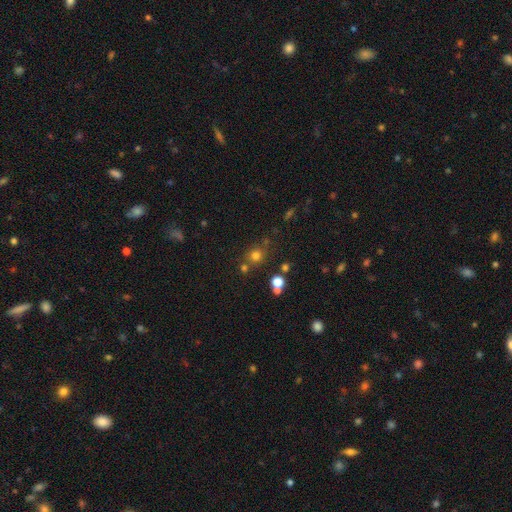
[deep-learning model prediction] The model was most divided on "smooth or featured": smooth: 71%, star or artifact: 21%, featured or disk: 8%. More confident: how rounded — round (85%); merging — none (71%).